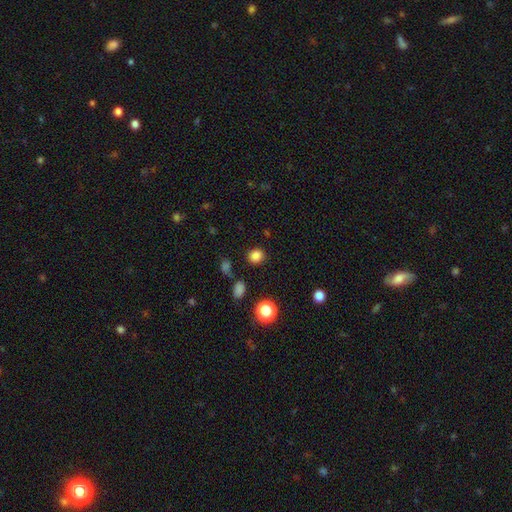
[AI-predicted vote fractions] Morphology: type=smooth (83%); roundness=round (78%); merging=none (85%).